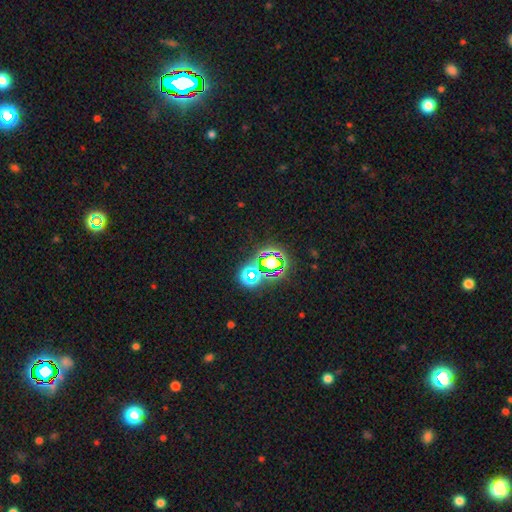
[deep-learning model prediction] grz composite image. It shows a star or artifact, not a galaxy (73%).